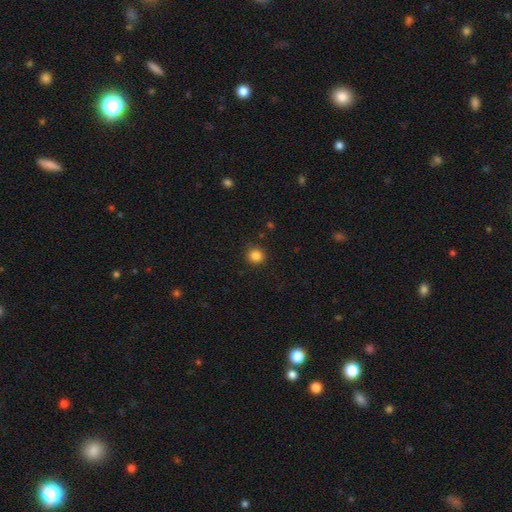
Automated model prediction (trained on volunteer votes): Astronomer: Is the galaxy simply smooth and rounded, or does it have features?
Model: smooth — 85%.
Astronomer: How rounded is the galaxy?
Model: round — 91%.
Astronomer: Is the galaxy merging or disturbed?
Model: none — 90%.